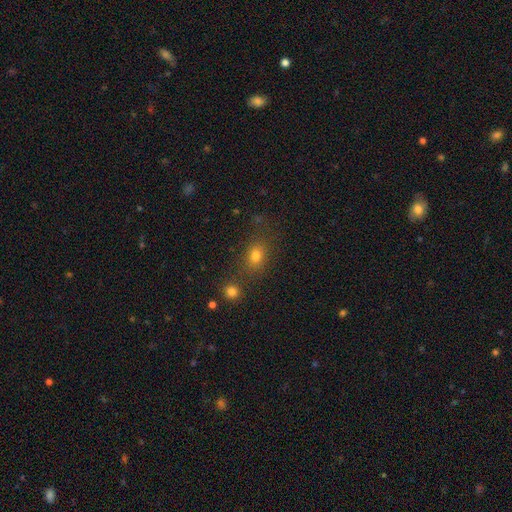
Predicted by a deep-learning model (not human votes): smooth_or_featured: smooth (p=0.75) [alt: star or artifact p=0.17]
how_rounded: in between (p=0.58) [alt: round p=0.40]
merging: none (p=0.71) [alt: minor disturbance p=0.13]